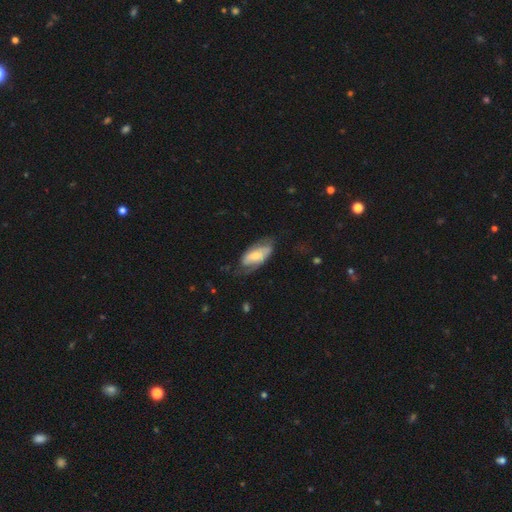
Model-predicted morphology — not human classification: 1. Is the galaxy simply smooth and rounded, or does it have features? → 50% featured or disk, 44% smooth, 6% star or artifact.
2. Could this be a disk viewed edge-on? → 89% no, 11% yes.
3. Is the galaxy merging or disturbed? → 53% none, 27% minor disturbance, 18% major disturbance, 2% merger.